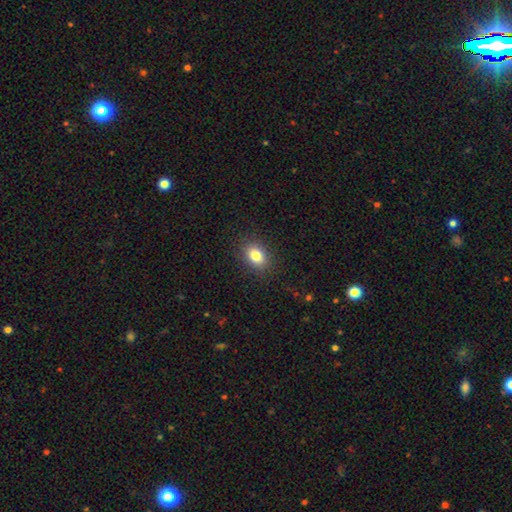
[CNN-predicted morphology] The model was most divided on "how rounded": in between: 71%, round: 28%, cigar-shaped: 1%. More confident: merging — none (88%); smooth or featured — smooth (82%).